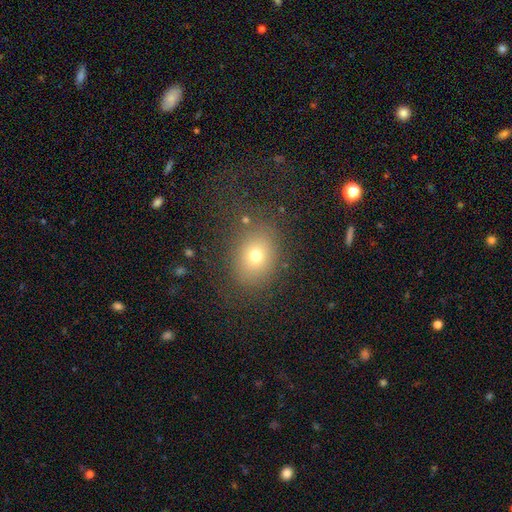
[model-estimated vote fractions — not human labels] Smooth or featured? smooth (71%)
How rounded? in between (51%)
Merging? none (78%)